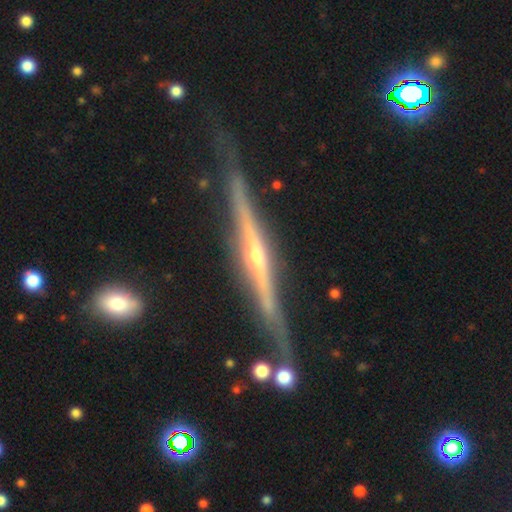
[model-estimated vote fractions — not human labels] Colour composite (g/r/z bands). It shows a featured or disk galaxy (87%) viewed edge-on (98%) with a rounded central bulge (76%). Merging: none (79%).